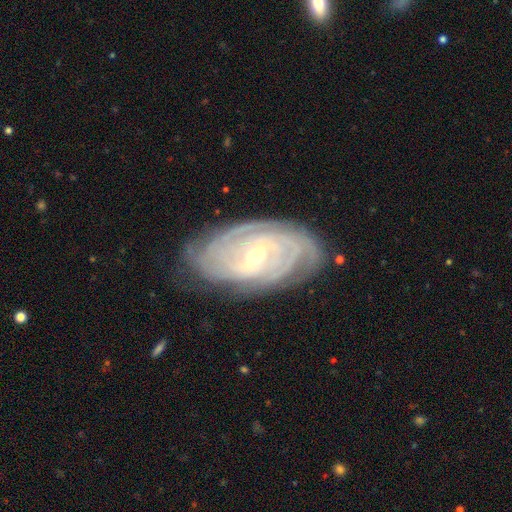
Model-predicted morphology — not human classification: A featured or disk galaxy (88%) with a weak bar (47%), tight (81%) spiral arms (97%) and a moderate central bulge (52%). Merging: none (79%).